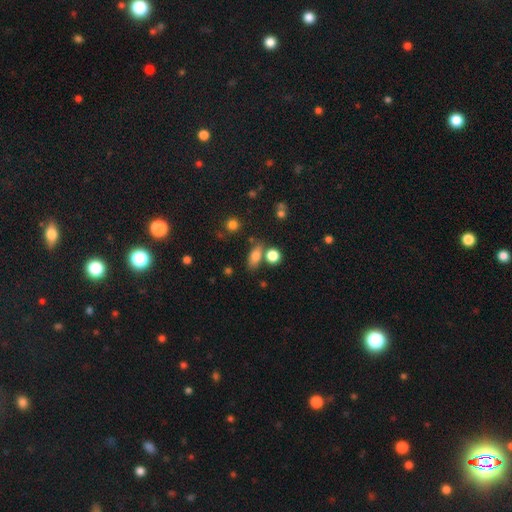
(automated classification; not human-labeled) Smooth or featured? Predicted: smooth (p=0.76). How rounded? Predicted: in between (p=0.71). Merging? Predicted: none (p=0.67).